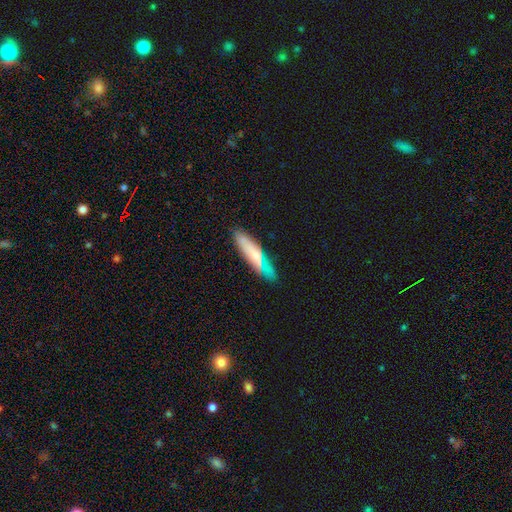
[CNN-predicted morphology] Smooth or featured? Predicted: smooth (p=0.62). How rounded? Predicted: cigar-shaped (p=0.79). Merging? Predicted: none (p=0.70).